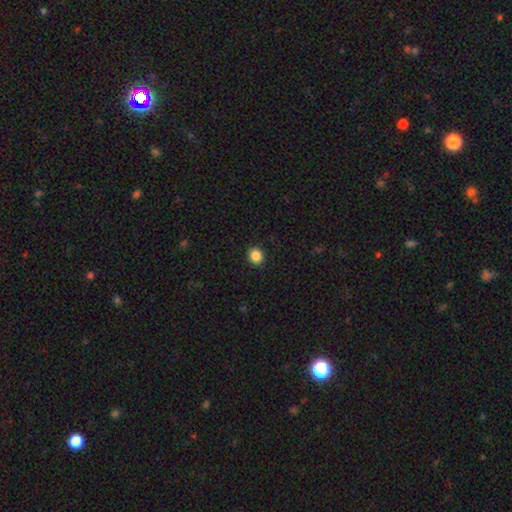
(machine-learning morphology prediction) Q: Smooth or featured?
A: smooth (87%); runner-up: star or artifact (10%)
Q: How rounded?
A: round (77%); runner-up: in between (22%)
Q: Merging?
A: none (92%); runner-up: minor disturbance (5%)